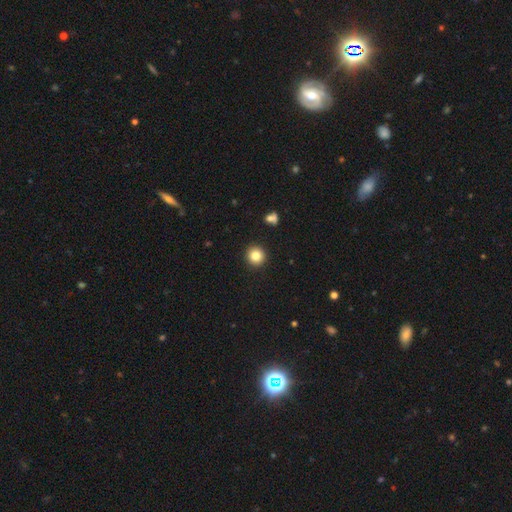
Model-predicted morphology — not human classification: smooth-or-featured: smooth: 83% | star or artifact: 11% | featured or disk: 6%
  how-rounded: round: 94% | in between: 5% | cigar-shaped: 1%
  merging: none: 92% | minor disturbance: 5% | major disturbance: 2% | merger: 1%